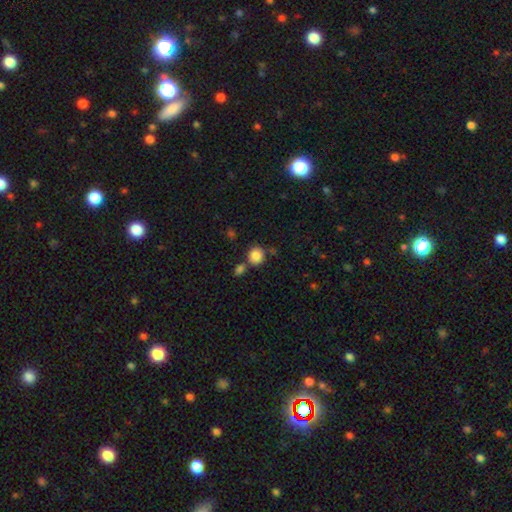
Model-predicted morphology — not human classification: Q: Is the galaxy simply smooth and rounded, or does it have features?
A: smooth — 85%.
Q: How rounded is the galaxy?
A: round — 85%.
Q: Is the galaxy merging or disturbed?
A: none — 66%.